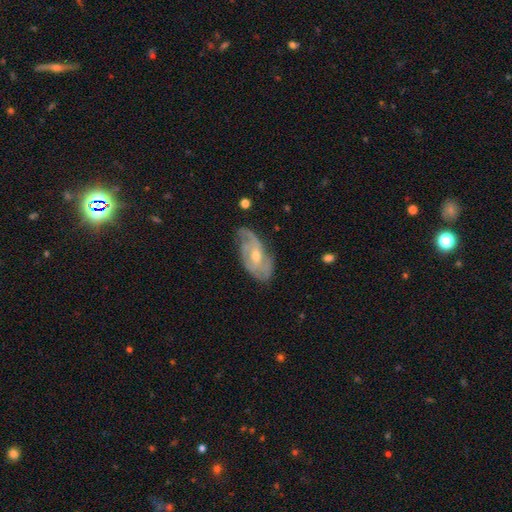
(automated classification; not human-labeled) smooth_or_featured: featured or disk (p=0.80) [alt: smooth p=0.13]
disk_edge_on: no (p=0.93) [alt: yes p=0.07]
bar: no (p=0.54) [alt: weak p=0.38]
has_spiral_arms: yes (p=0.91) [alt: no p=0.09]
spiral_winding: tight (p=0.42) [alt: medium p=0.41]
spiral_arm_count: 2 (p=0.37) [alt: can't tell p=0.28]
bulge_size: moderate (p=0.59) [alt: small p=0.37]
merging: none (p=0.64) [alt: minor disturbance p=0.26]